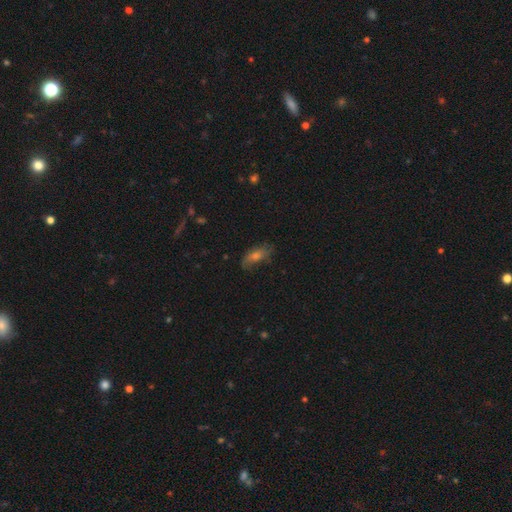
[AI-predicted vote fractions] smooth_or_featured: smooth (p=0.52) [alt: featured or disk p=0.31]
how_rounded: in between (p=0.71) [alt: cigar-shaped p=0.23]
merging: none (p=0.71) [alt: minor disturbance p=0.21]